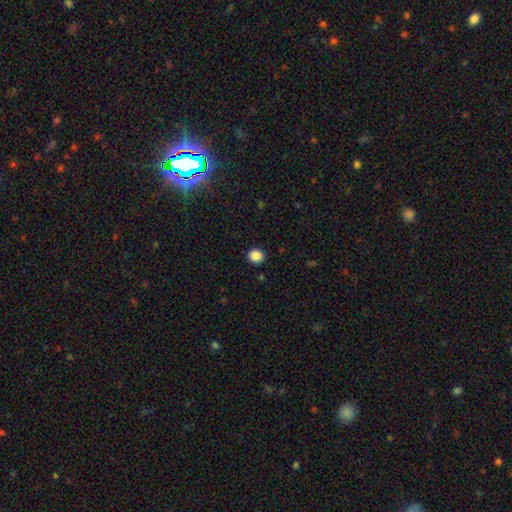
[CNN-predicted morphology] smooth-or-featured: smooth: 88% | star or artifact: 9% | featured or disk: 2%
  how-rounded: round: 87% | in between: 12% | cigar-shaped: 1%
  merging: none: 92% | minor disturbance: 5% | major disturbance: 2% | merger: 1%